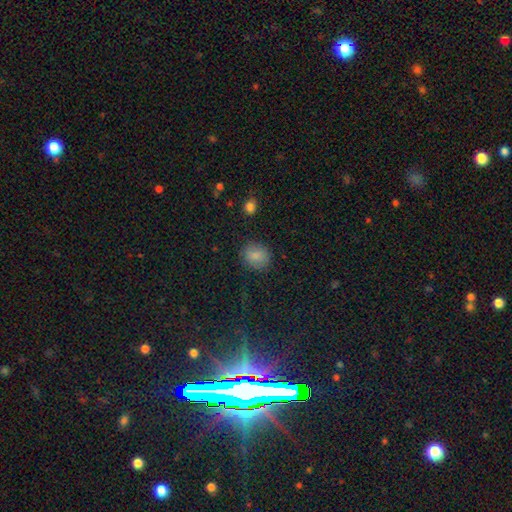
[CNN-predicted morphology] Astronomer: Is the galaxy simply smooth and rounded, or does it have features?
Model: smooth — 83%.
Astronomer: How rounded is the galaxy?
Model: round — 68%.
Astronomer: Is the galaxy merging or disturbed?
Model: none — 83%.